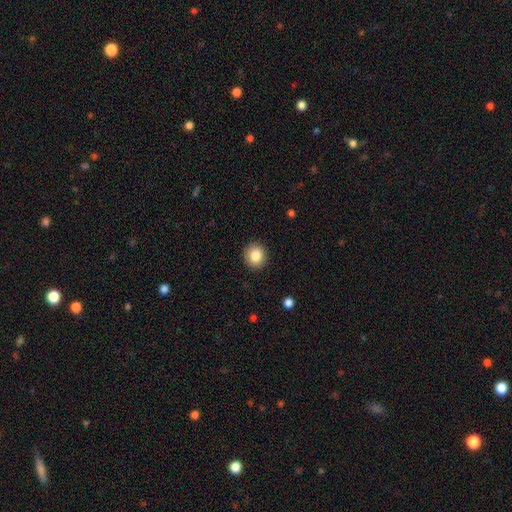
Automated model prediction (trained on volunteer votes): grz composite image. It shows a smooth galaxy with no disk features (85%) that is round (83%). Merging: none (90%).